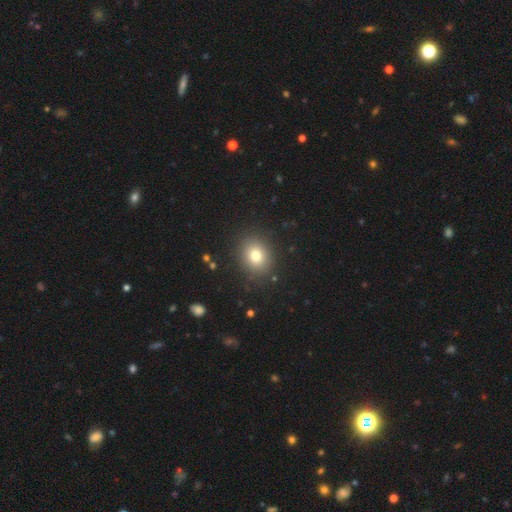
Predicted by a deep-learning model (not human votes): Smooth or featured? smooth (78%)
How rounded? round (62%)
Merging? none (88%)